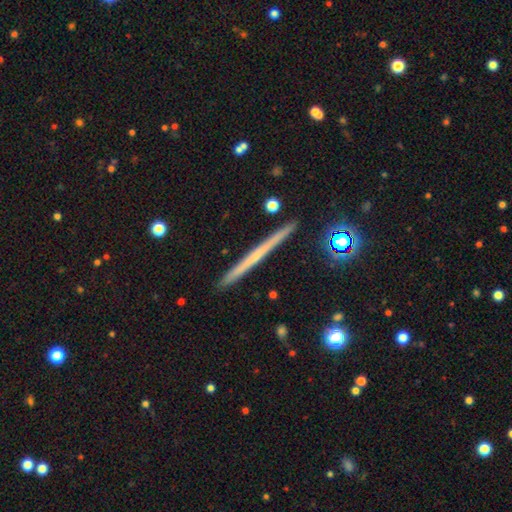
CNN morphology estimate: The model was most divided on "smooth or featured": featured or disk: 58%, smooth: 34%, star or artifact: 8%. More confident: edge-on disk — yes (98%); merging — none (92%); edge-on bulge — none (81%).